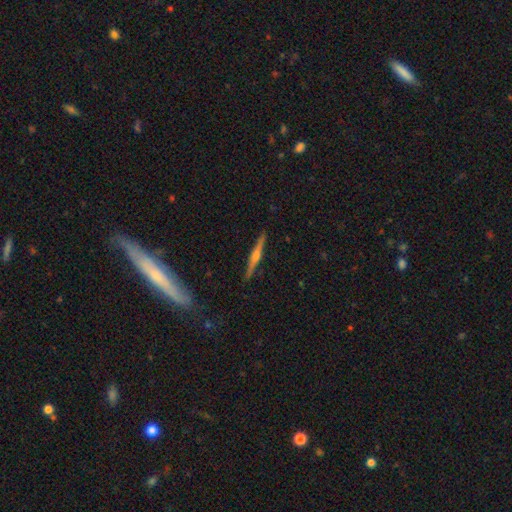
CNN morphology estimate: type=featured or disk (76%); edge-on=yes (98%); edge-on bulge=rounded (82%); merging=none (89%).